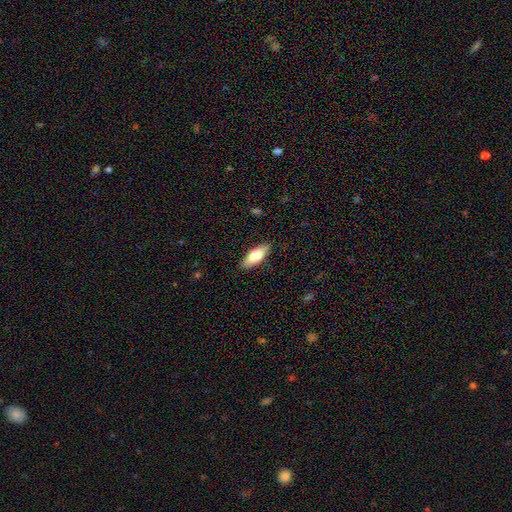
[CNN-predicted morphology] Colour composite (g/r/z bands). It shows a smooth galaxy with no disk features (71%) that is in between round and cigar-shaped (72%). Merging: none (88%).